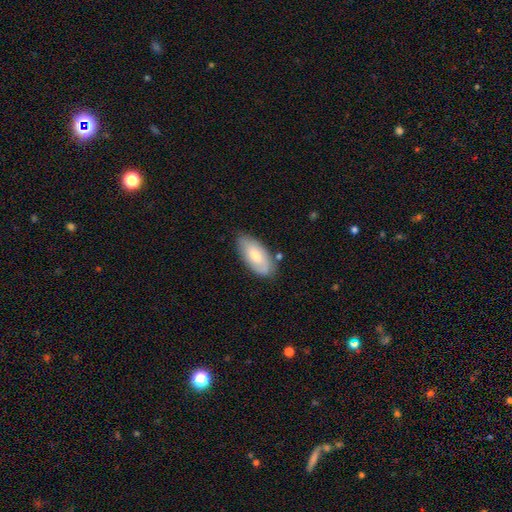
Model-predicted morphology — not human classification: Smooth or featured?
  - smooth: 67% *
  - featured or disk: 27%
  - star or artifact: 6%
How rounded?
  - in between: 91% *
  - cigar-shaped: 7%
  - round: 2%
Merging?
  - none: 74% *
  - minor disturbance: 19%
  - major disturbance: 4%
  - merger: 3%